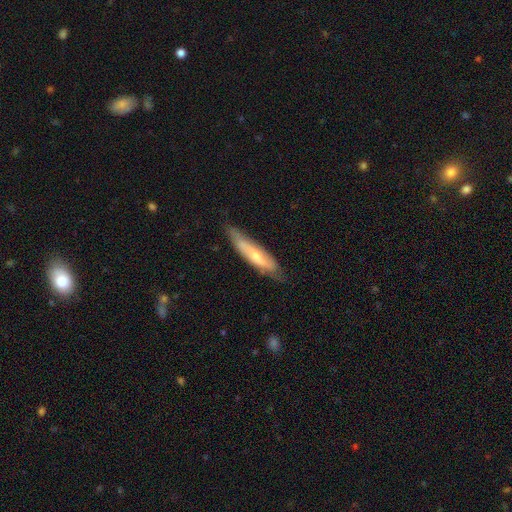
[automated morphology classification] Smooth or featured: featured or disk — 49% (smooth — 45%)
Merging: none — 67% (minor disturbance — 25%)